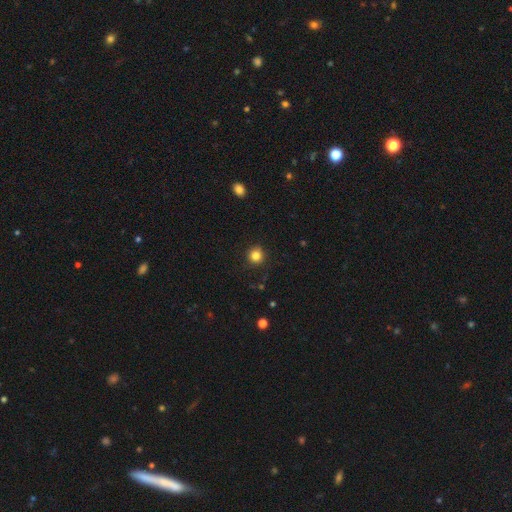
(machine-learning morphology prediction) smooth-or-featured: smooth: 83% | star or artifact: 12% | featured or disk: 5%
  how-rounded: round: 93% | in between: 6% | cigar-shaped: 1%
  merging: none: 89% | minor disturbance: 7% | major disturbance: 2% | merger: 1%